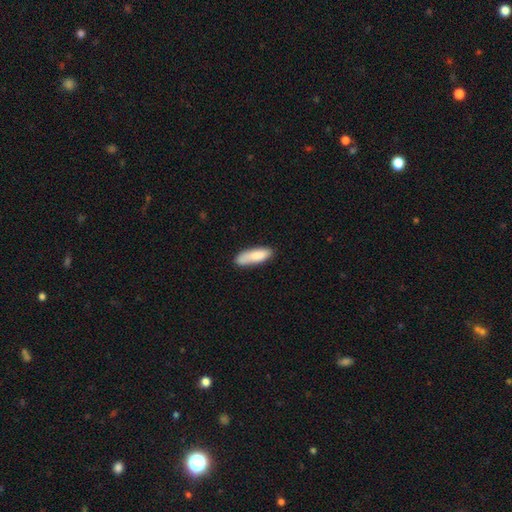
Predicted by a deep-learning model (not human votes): smooth_or_featured: smooth (p=0.83) [alt: featured or disk p=0.11]
how_rounded: in between (p=0.53) [alt: cigar-shaped p=0.46]
merging: none (p=0.69) [alt: minor disturbance p=0.22]